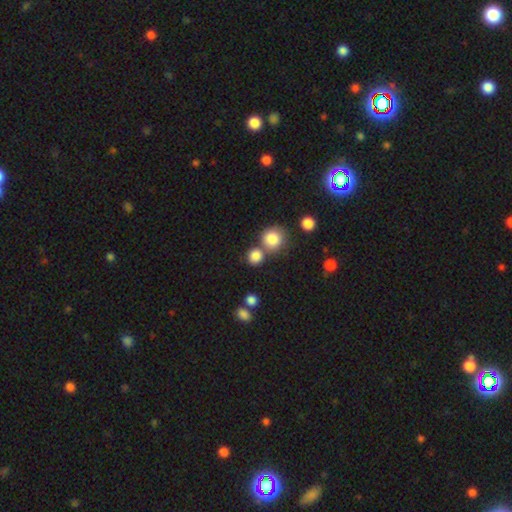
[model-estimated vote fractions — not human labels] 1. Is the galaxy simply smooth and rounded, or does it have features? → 83% smooth, 11% star or artifact, 5% featured or disk.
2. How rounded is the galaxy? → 87% round, 12% in between, 1% cigar-shaped.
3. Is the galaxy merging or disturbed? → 61% none, 28% merger, 8% minor disturbance, 3% major disturbance.